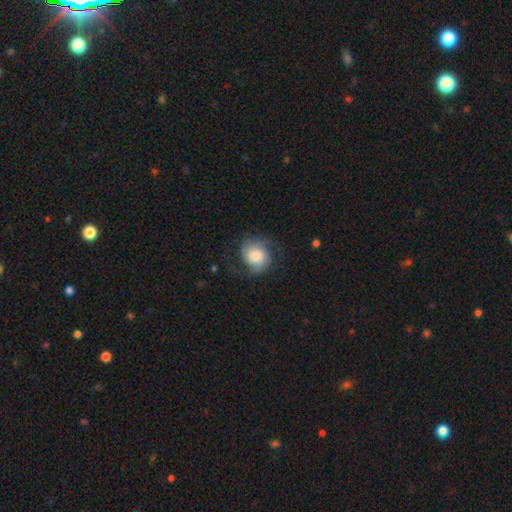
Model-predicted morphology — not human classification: Smooth or featured: featured or disk — 56% (smooth — 36%)
Edge-on disk: no — 97% (yes — 3%)
Bar: no — 73% (weak — 22%)
Spiral arms: yes — 92% (no — 8%)
Spiral winding: medium — 42% (loose — 37%)
Spiral arm count: 2 — 85% (can't tell — 6%)
Bulge size: moderate — 41% (large — 23%)
Merging: none — 66% (minor disturbance — 19%)